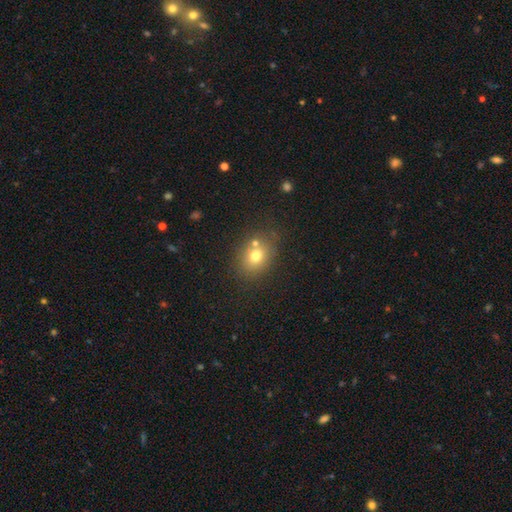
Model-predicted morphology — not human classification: Overall: smooth (72%). How rounded: round (53%; in between 46%). Merging: none (66%).